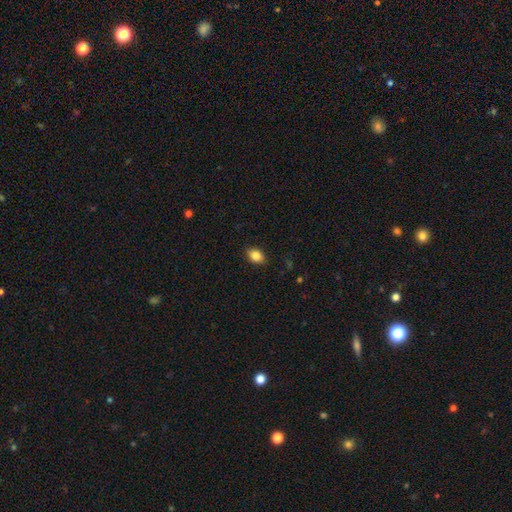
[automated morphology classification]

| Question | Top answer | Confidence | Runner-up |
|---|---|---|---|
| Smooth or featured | smooth | 86% | star or artifact (9%) |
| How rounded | in between | 75% | round (24%) |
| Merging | none | 88% | minor disturbance (9%) |